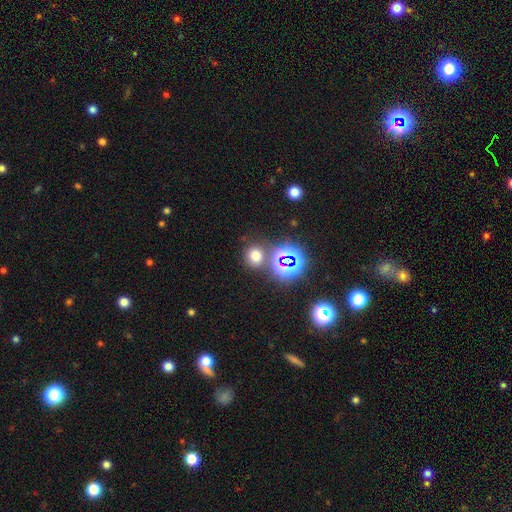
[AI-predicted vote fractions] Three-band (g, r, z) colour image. It shows a smooth galaxy with no disk features (62%) that is round (79%). Merging: none (75%).